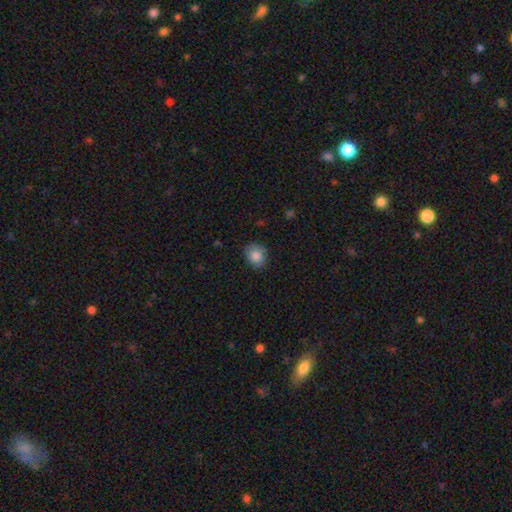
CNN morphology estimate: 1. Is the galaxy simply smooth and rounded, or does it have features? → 85% smooth, 8% star or artifact, 7% featured or disk.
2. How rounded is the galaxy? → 67% round, 32% in between, 1% cigar-shaped.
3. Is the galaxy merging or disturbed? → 82% none, 14% minor disturbance, 3% major disturbance, 1% merger.